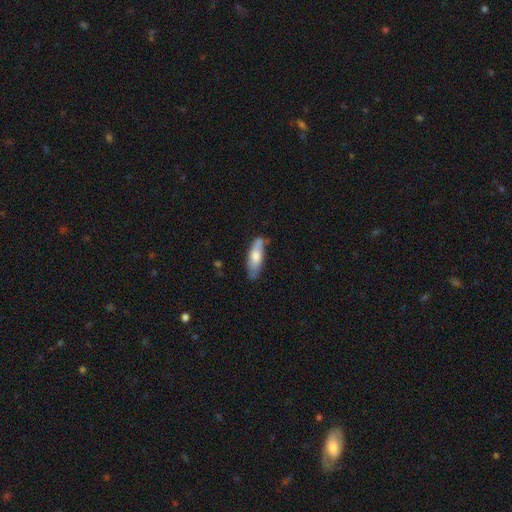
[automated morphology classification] smooth-or-featured: smooth: 65% | featured or disk: 29% | star or artifact: 6%
  how-rounded: in between: 55% | cigar-shaped: 43% | round: 2%
  merging: none: 66% | minor disturbance: 25% | major disturbance: 5% | merger: 4%